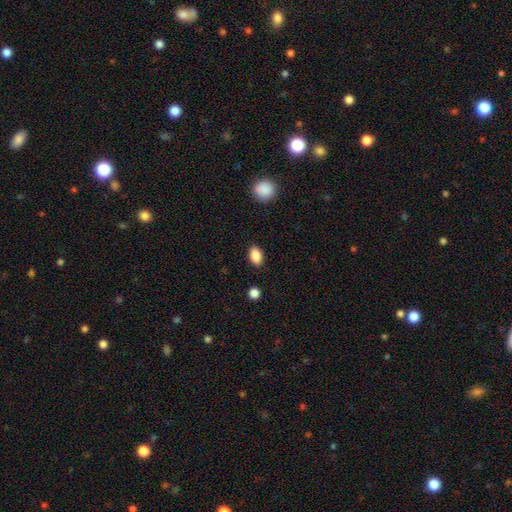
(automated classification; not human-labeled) smooth-or-featured: smooth: 88% | star or artifact: 8% | featured or disk: 4%
  how-rounded: in between: 89% | round: 9% | cigar-shaped: 2%
  merging: none: 87% | minor disturbance: 9% | major disturbance: 2% | merger: 1%